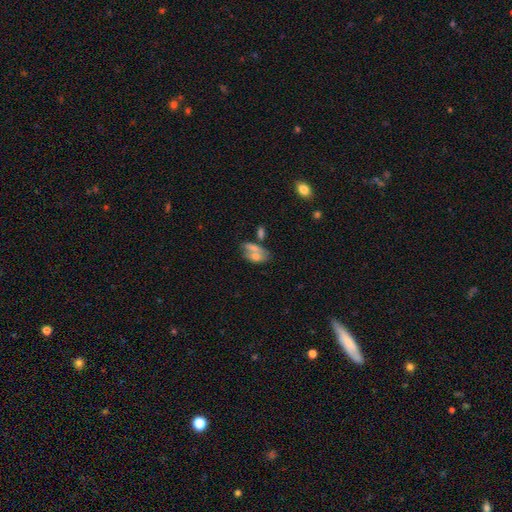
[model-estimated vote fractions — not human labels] Overall: smooth (63%; featured or disk 28%). How rounded: in between (85%). Merging: merger (46%; none 30%).